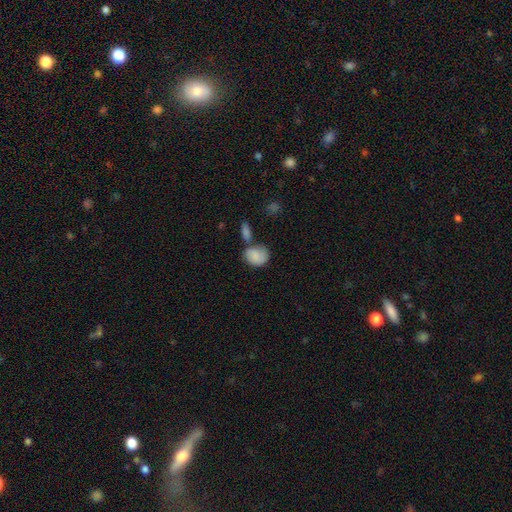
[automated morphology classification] Smooth or featured: smooth — 79% (featured or disk — 13%)
How rounded: in between — 59% (round — 40%)
Merging: none — 39% (merger — 31%)